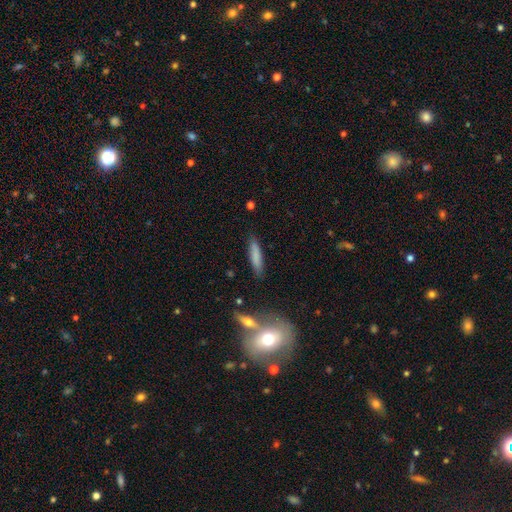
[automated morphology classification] smooth-or-featured: smooth: 80% | featured or disk: 13% | star or artifact: 7%
  how-rounded: cigar-shaped: 83% | in between: 16% | round: 1%
  merging: none: 85% | minor disturbance: 10% | merger: 2% | major disturbance: 2%